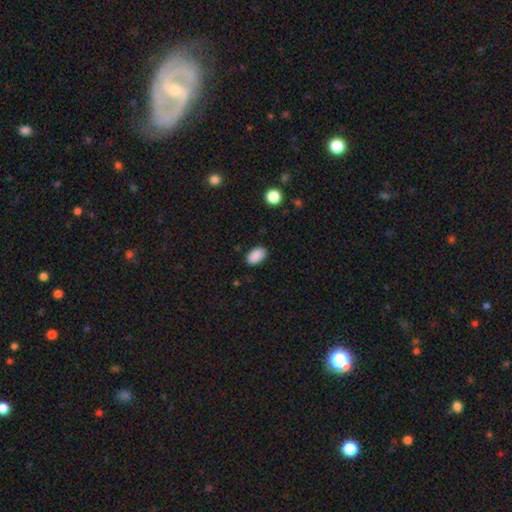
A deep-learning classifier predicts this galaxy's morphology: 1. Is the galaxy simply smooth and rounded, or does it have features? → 90% smooth, 8% star or artifact, 3% featured or disk.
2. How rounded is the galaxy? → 93% in between, 6% round, 1% cigar-shaped.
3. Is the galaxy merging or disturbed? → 88% none, 9% minor disturbance, 2% major disturbance, 1% merger.